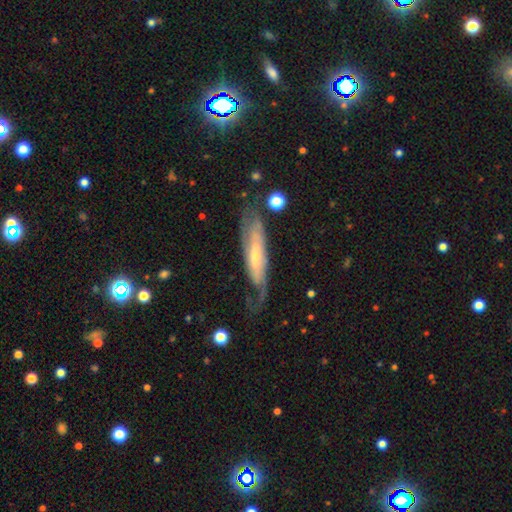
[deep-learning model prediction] Smooth or featured? Predicted: featured or disk (p=0.75). Edge-on disk? Predicted: no (p=0.67). Merging? Predicted: none (p=0.60).